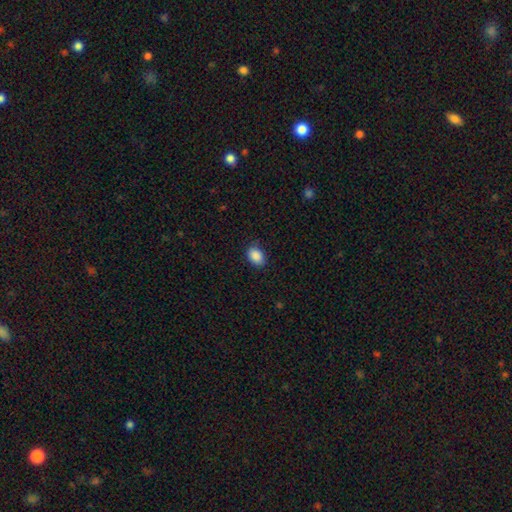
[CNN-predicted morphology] Smooth or featured? smooth (89%)
How rounded? in between (78%)
Merging? none (82%)